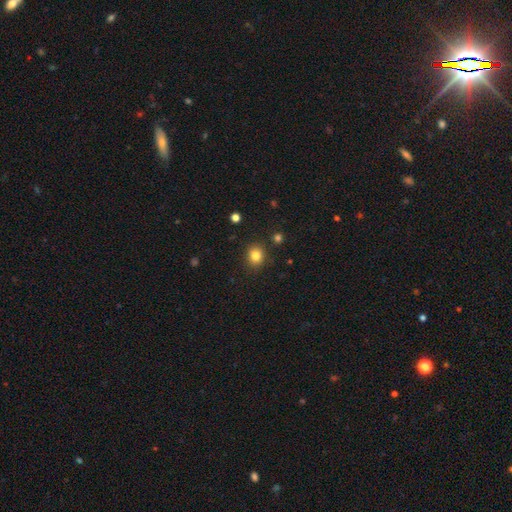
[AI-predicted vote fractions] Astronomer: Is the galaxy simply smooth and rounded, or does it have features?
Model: smooth — 82%.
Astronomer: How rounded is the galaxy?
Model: round — 77%.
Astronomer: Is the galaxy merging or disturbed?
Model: none — 87%.